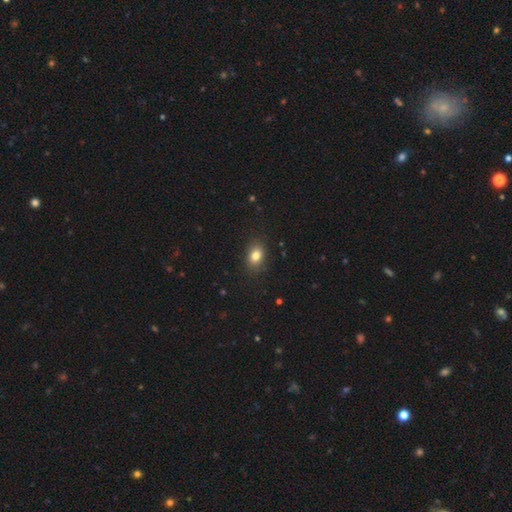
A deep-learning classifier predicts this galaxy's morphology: Smooth or featured? Predicted: smooth (p=0.82). How rounded? Predicted: in between (p=0.73). Merging? Predicted: none (p=0.87).